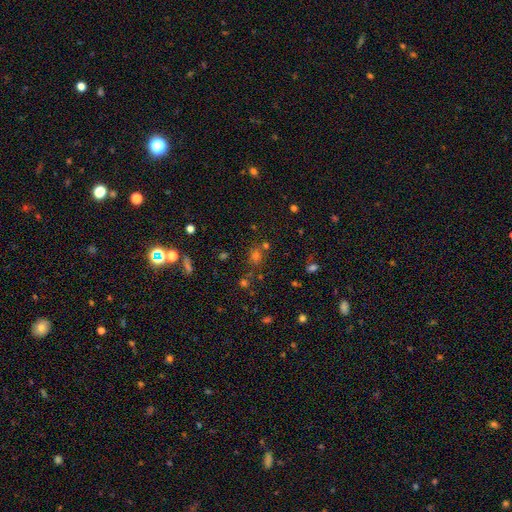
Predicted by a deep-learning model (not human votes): A smooth galaxy with no disk features (49%). Merging: none (74%).